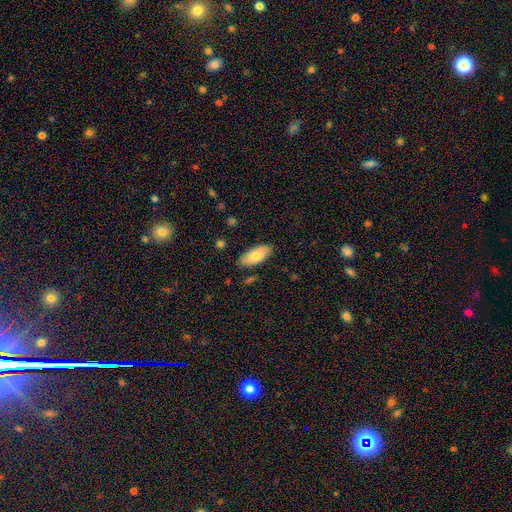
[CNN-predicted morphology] smooth_or_featured: smooth (p=0.81) [alt: featured or disk p=0.13]
how_rounded: in between (p=0.89) [alt: cigar-shaped p=0.09]
merging: none (p=0.84) [alt: minor disturbance p=0.12]